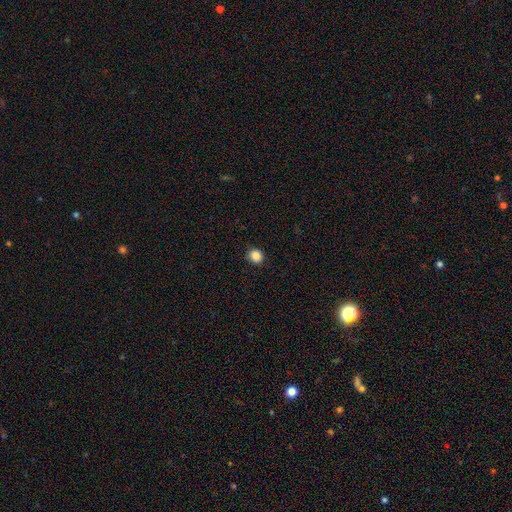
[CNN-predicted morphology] type=smooth (86%); roundness=round (84%); merging=none (89%).